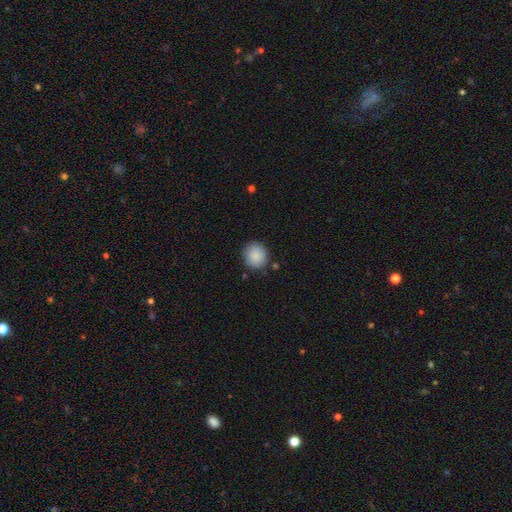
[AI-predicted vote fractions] Smooth or featured?
  - smooth: 88% *
  - star or artifact: 8%
  - featured or disk: 4%
How rounded?
  - round: 88% *
  - in between: 11%
  - cigar-shaped: 1%
Merging?
  - none: 85% *
  - minor disturbance: 10%
  - major disturbance: 3%
  - merger: 2%